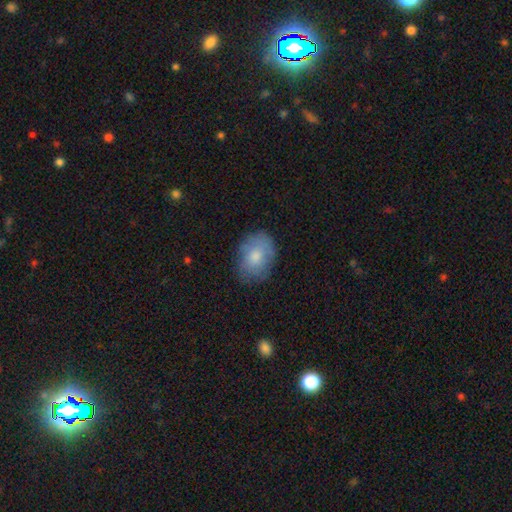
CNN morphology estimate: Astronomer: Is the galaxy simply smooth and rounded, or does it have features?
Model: smooth — 74%.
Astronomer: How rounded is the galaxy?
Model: in between — 73%.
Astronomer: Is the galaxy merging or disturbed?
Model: none — 73%.